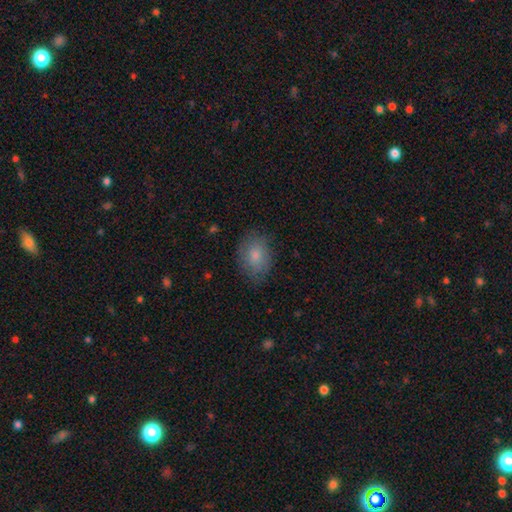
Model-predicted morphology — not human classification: This is likely a smooth galaxy (76%). How rounded: likely in between (71%). Merging: likely none (76%).